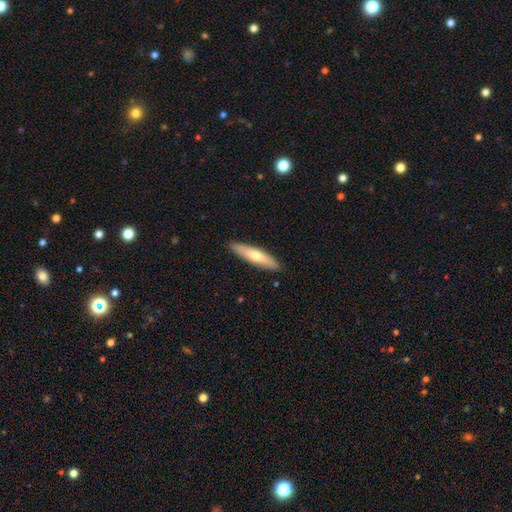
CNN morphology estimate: Q: Smooth or featured?
A: smooth (60%); runner-up: featured or disk (35%)
Q: How rounded?
A: cigar-shaped (79%); runner-up: in between (20%)
Q: Merging?
A: none (89%); runner-up: minor disturbance (8%)